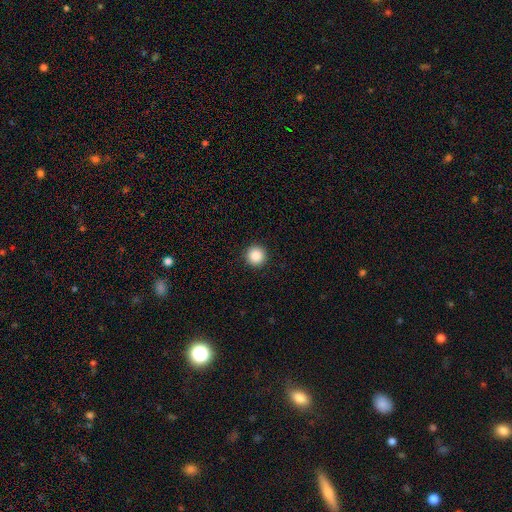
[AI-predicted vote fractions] Smooth or featured? Predicted: smooth (p=0.87). How rounded? Predicted: round (p=0.96). Merging? Predicted: none (p=0.93).